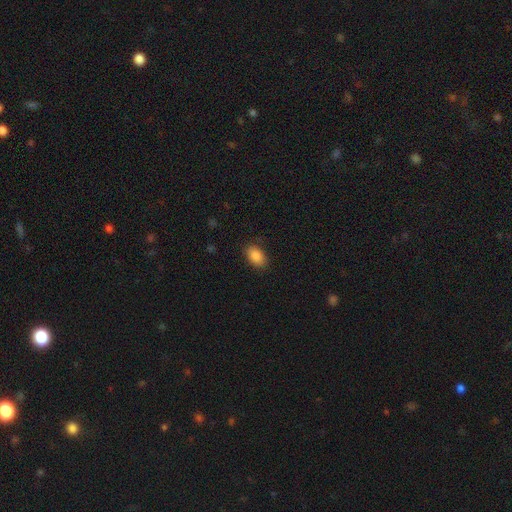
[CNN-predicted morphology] type=smooth (88%); roundness=in between (89%); merging=none (86%).